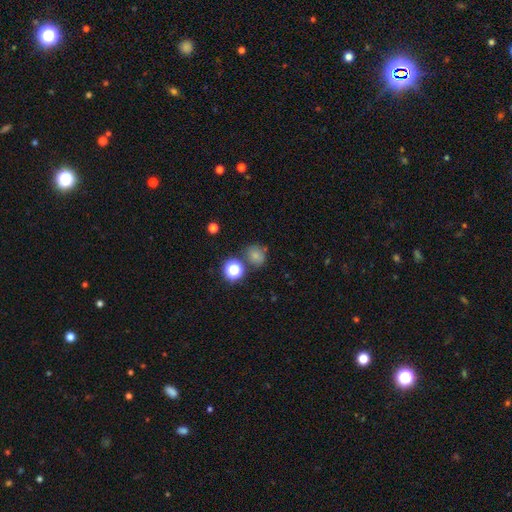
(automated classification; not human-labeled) Smooth or featured? Predicted: smooth (p=0.71). How rounded? Predicted: round (p=0.81). Merging? Predicted: none (p=0.69).